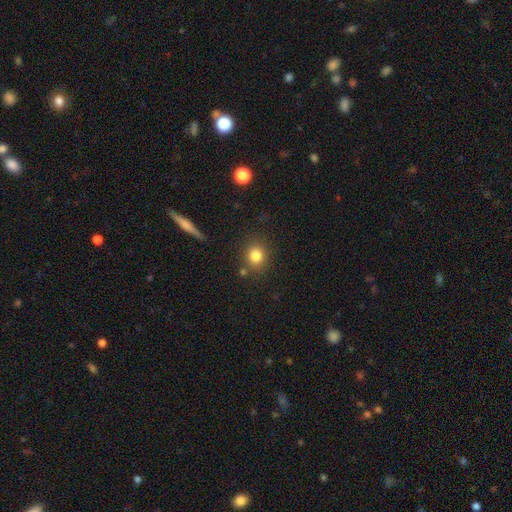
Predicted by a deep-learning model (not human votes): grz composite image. It shows a smooth galaxy with no disk features (82%) that is round (78%). Merging: none (80%).